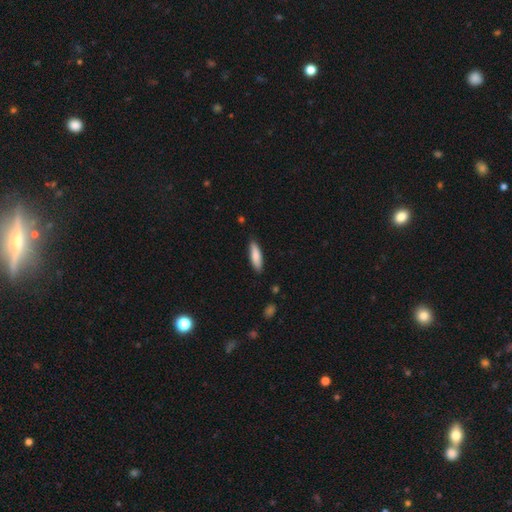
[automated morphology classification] smooth 81%, featured or disk 13%, star or artifact 6%. Down the decision tree: how rounded — cigar-shaped (59%); merging — none (84%).